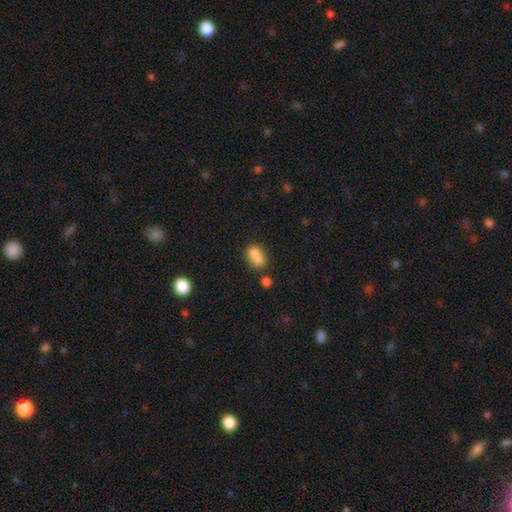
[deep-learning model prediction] Smooth or featured? smooth (76%)
How rounded? in between (70%)
Merging? merger (46%)